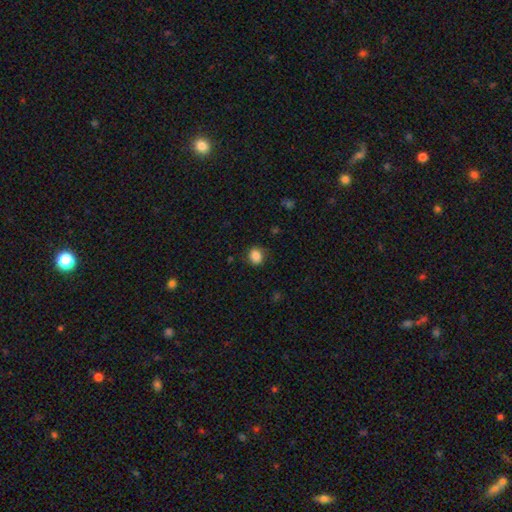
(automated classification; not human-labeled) A smooth galaxy with no disk features (85%) that is round (61%).

Vote fractions:
- Smooth or featured? smooth: 85% / star or artifact: 10% / featured or disk: 5%
- How rounded? round: 61% / in between: 39% / cigar-shaped: 1%
- Merging? none: 82% / minor disturbance: 14% / major disturbance: 3% / merger: 1%